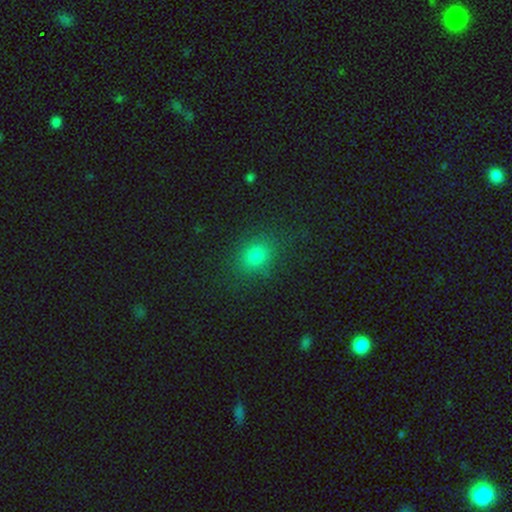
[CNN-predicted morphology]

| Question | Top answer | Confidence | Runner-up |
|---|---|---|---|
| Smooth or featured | smooth | 81% | star or artifact (13%) |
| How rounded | round | 53% | in between (46%) |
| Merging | none | 82% | minor disturbance (12%) |